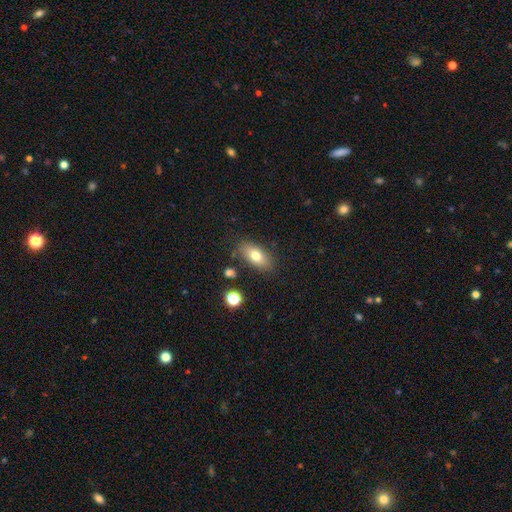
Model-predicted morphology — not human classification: Smooth or featured? smooth (75%)
How rounded? in between (87%)
Merging? none (81%)